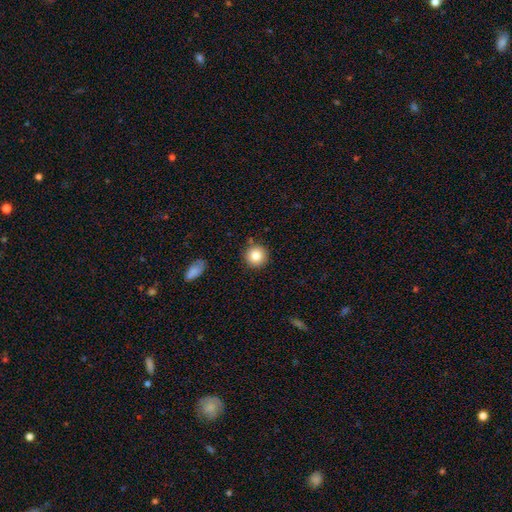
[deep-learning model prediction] The model was most divided on "smooth or featured": smooth: 83%, star or artifact: 9%, featured or disk: 7%. More confident: how rounded — round (94%); merging — none (87%).